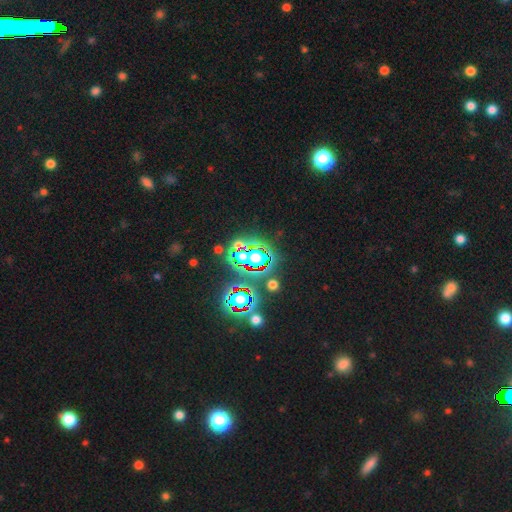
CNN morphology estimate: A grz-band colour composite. It shows a star or artifact, not a galaxy (81%).